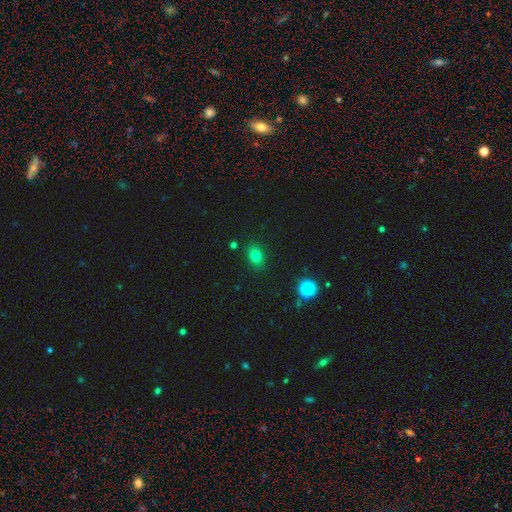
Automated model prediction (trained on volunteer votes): A smooth galaxy with no disk features (75%) that is in between round and cigar-shaped (55%). Merging: none (85%).